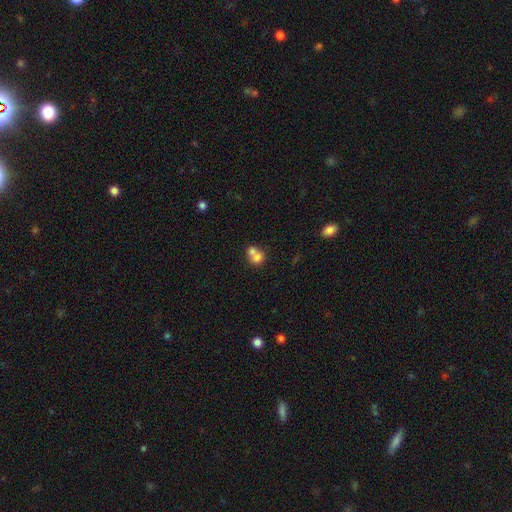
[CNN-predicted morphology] Smooth or featured?
  - smooth: 71% *
  - featured or disk: 19%
  - star or artifact: 10%
How rounded?
  - round: 71% *
  - in between: 28%
  - cigar-shaped: 1%
Merging?
  - merger: 66% *
  - none: 26%
  - minor disturbance: 6%
  - major disturbance: 3%